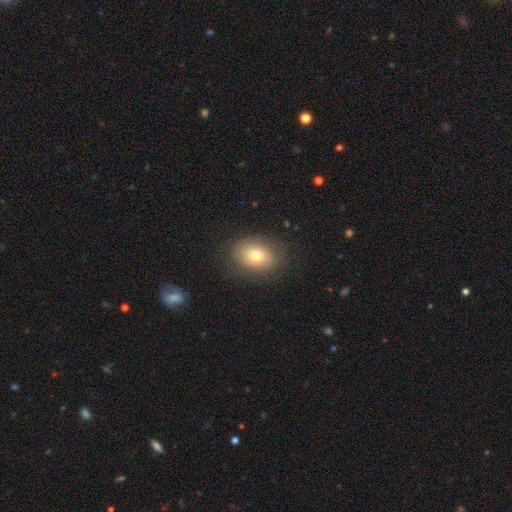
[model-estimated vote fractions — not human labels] A smooth galaxy with no disk features (71%) that is in between round and cigar-shaped (66%). Merging: none (81%).